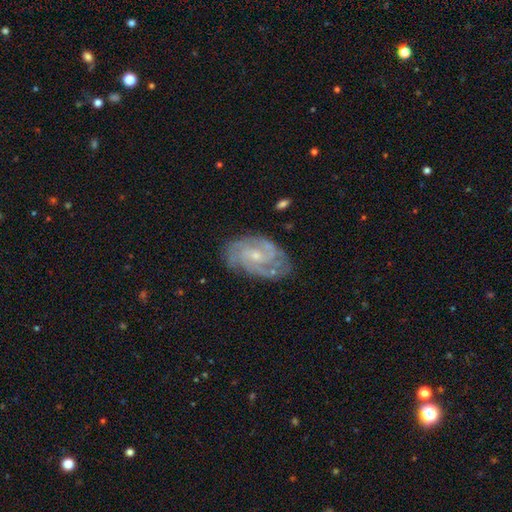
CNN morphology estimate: Overall: featured or disk (87%). Edge-on disk: no (97%). Bar: no (56%; weak 37%). Spiral arms: yes (97%). Spiral arm count: 3 (32%; 2 26%). Spiral winding: tight (57%; medium 36%). Bulge size: small (68%; moderate 28%). Merging: none (76%).